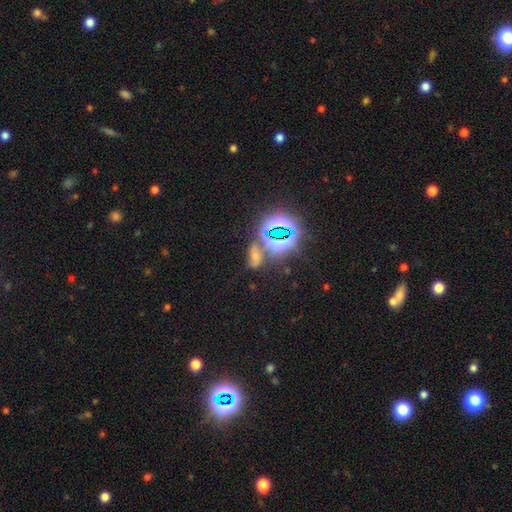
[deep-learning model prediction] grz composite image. It shows a star or artifact, not a galaxy (49%).